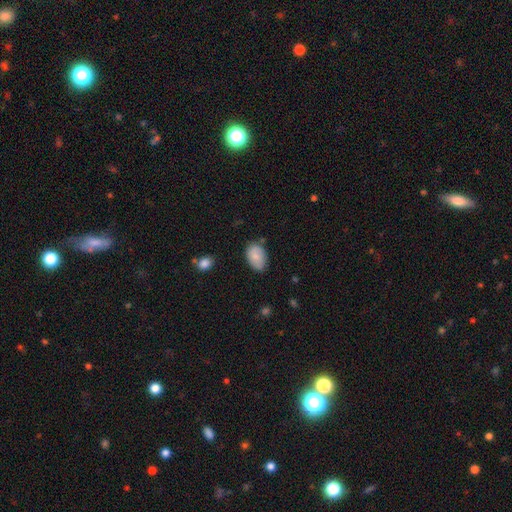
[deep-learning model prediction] This appears to be a smooth galaxy with no disk features (80%) that is in between round and cigar-shaped (89%). Merging: none (72%).